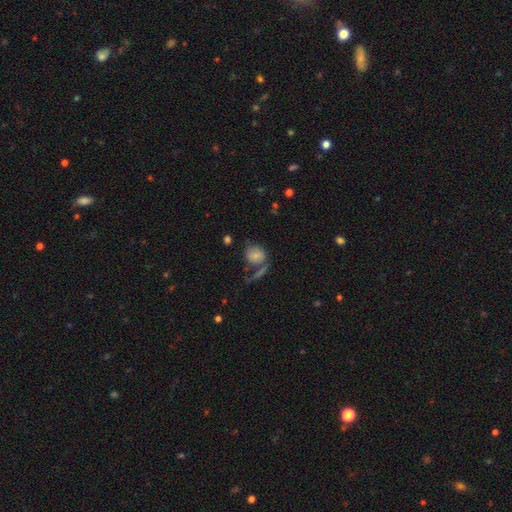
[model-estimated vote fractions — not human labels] smooth_or_featured: smooth (p=0.68) [alt: featured or disk p=0.22]
how_rounded: round (p=0.61) [alt: in between p=0.37]
merging: none (p=0.45) [alt: merger p=0.20]